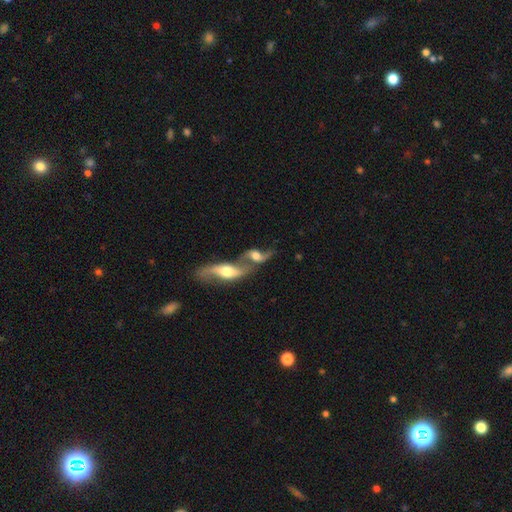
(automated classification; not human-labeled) Smooth or featured: featured or disk — 73% (smooth — 19%)
Edge-on disk: no — 82% (yes — 18%)
Bar: no — 53% (weak — 35%)
Spiral arms: yes — 88% (no — 12%)
Spiral winding: loose — 79% (medium — 17%)
Spiral arm count: 2 — 87% (1 — 6%)
Bulge size: moderate — 53% (large — 27%)
Merging: merger — 64% (none — 20%)